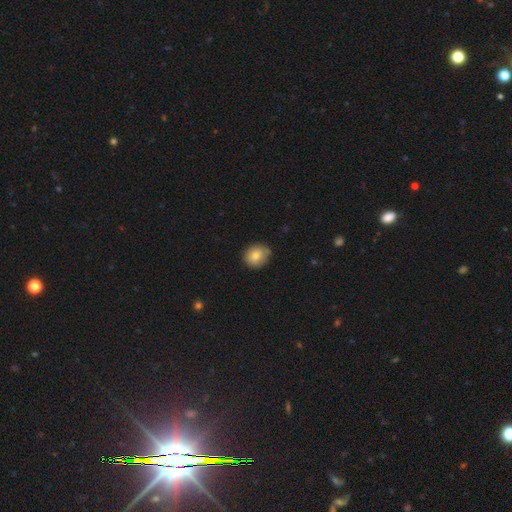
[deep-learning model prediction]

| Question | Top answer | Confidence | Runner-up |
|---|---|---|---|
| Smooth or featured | smooth | 77% | featured or disk (14%) |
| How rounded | round | 74% | in between (25%) |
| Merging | none | 75% | minor disturbance (20%) |